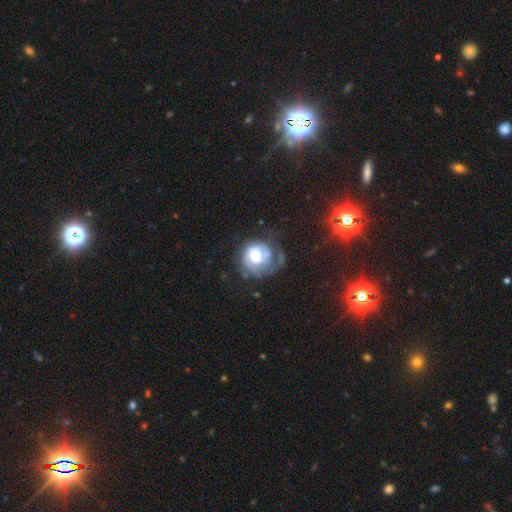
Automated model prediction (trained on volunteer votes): smooth-or-featured: featured or disk: 66% | smooth: 26% | star or artifact: 8%
  disk-edge-on: no: 98% | yes: 2%
    bar: no: 71% | weak: 24% | strong: 5%
    has-spiral-arms: yes: 79% | no: 21%
      spiral-winding: tight: 59% | medium: 27% | loose: 13%
      spiral-arm-count: can't tell: 37% | 2: 30% | 1: 19% | 3: 8% | 4: 3% | more than 4: 3%
    bulge-size: moderate: 45% | large: 37% | small: 12% | dominant: 4% | none: 3%
  merging: none: 42% | major disturbance: 30% | minor disturbance: 25% | merger: 3%